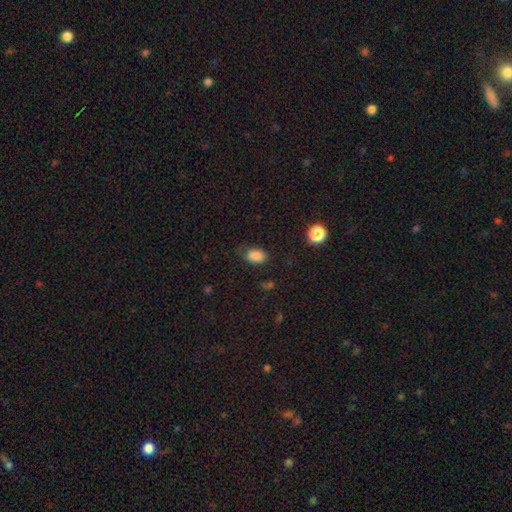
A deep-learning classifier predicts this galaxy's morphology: Smooth or featured? Predicted: smooth (p=0.85). How rounded? Predicted: in between (p=0.84). Merging? Predicted: none (p=0.70).